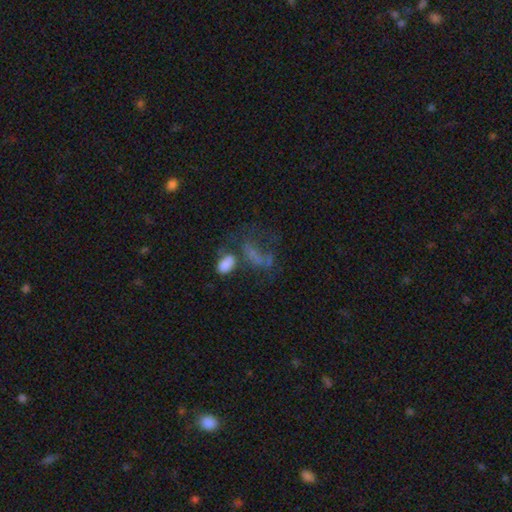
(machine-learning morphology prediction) This appears to be a smooth galaxy with no disk features (41%). Merging: major disturbance (34%).